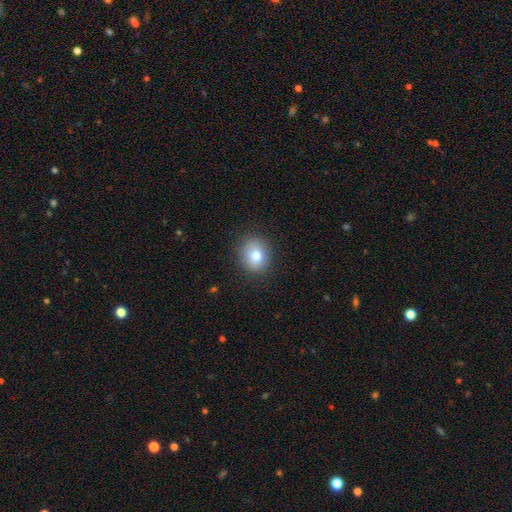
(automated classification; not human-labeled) This appears to be a smooth galaxy with no disk features (81%) that is round (62%). Merging: none (87%).